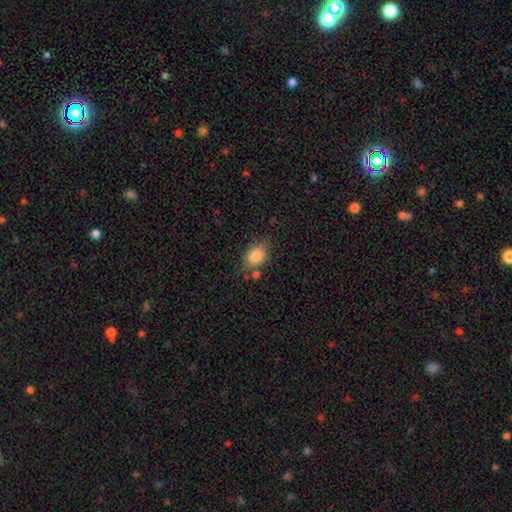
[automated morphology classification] smooth-or-featured: smooth: 85% | star or artifact: 8% | featured or disk: 7%
  how-rounded: in between: 76% | round: 22% | cigar-shaped: 2%
  merging: none: 68% | minor disturbance: 19% | merger: 7% | major disturbance: 5%